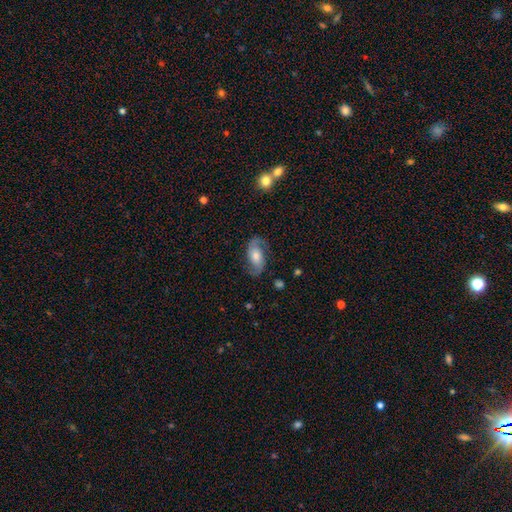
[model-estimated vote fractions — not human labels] This is likely a featured or disk galaxy (76%). It is clearly not viewed edge-on (96%). Bar: possibly no (54%). Spiral arm pattern: clearly yes (94%). Spiral arm count: clearly 2 (91%). Spiral winding: marginally medium (45%). Central bulge: possibly moderate (57%). Merging: likely none (76%).